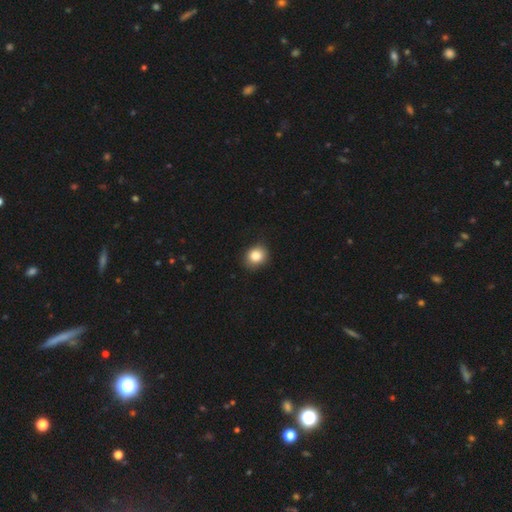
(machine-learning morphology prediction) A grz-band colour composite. It shows a smooth galaxy with no disk features (85%) that is round (69%). Merging: none (83%).